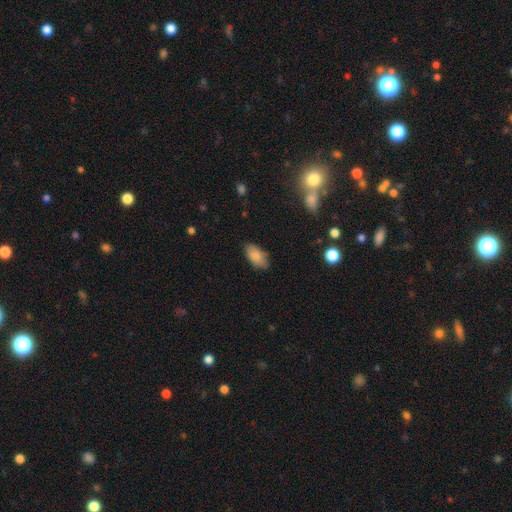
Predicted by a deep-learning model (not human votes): Smooth or featured? Predicted: smooth (p=0.86). How rounded? Predicted: in between (p=0.93). Merging? Predicted: none (p=0.80).